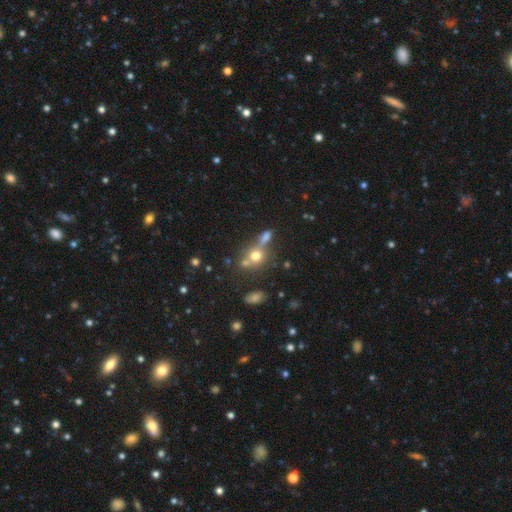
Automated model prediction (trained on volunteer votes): The model was most divided on "merging": none: 46%, merger: 37%, minor disturbance: 11%, major disturbance: 6%. More confident: how rounded — round (76%); smooth or featured — smooth (65%).